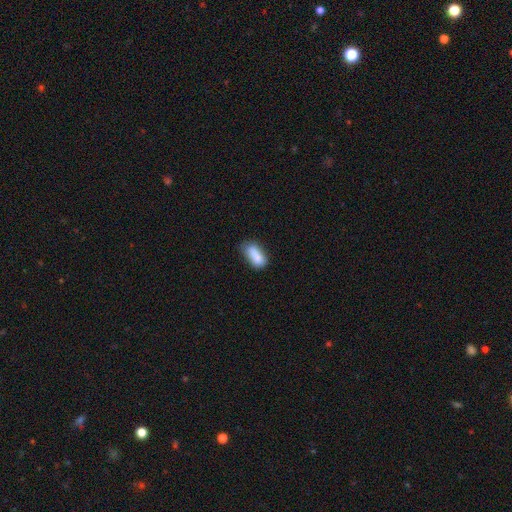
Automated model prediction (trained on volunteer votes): Q: Smooth or featured?
A: smooth (83%); runner-up: star or artifact (9%)
Q: How rounded?
A: in between (83%); runner-up: cigar-shaped (13%)
Q: Merging?
A: none (51%); runner-up: minor disturbance (33%)